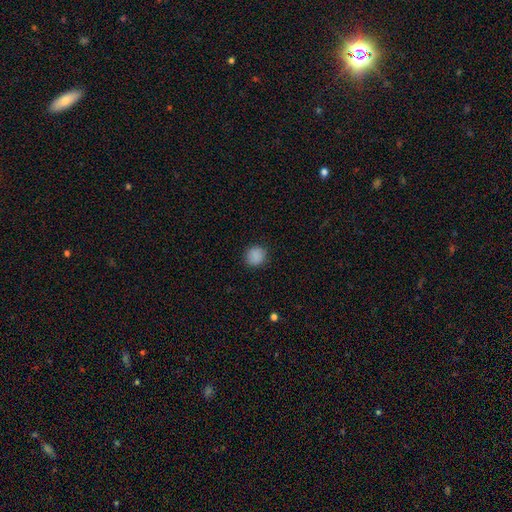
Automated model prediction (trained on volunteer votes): The model was most divided on "smooth or featured": smooth: 88%, star or artifact: 9%, featured or disk: 3%. More confident: how rounded — round (90%); merging — none (89%).